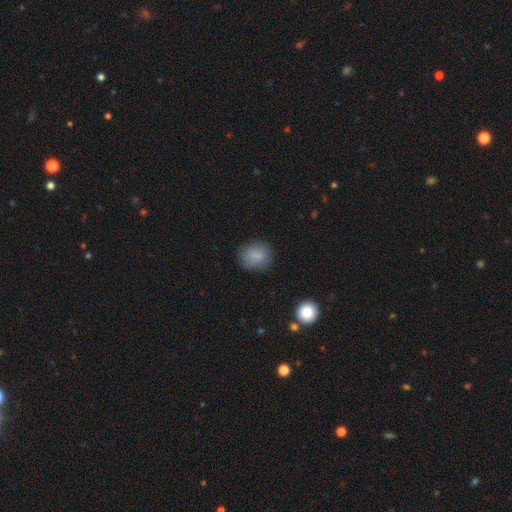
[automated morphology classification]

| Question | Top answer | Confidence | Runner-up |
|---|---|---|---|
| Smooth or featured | smooth | 84% | star or artifact (9%) |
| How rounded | round | 72% | in between (27%) |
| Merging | none | 81% | minor disturbance (13%) |